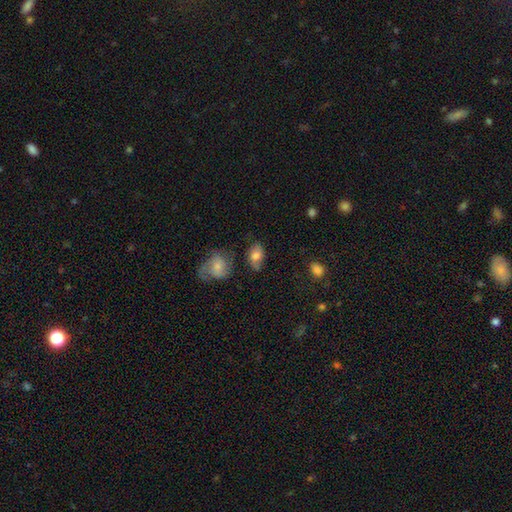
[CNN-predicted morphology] smooth_or_featured: smooth (p=0.66) [alt: featured or disk p=0.25]
how_rounded: in between (p=0.81) [alt: round p=0.17]
merging: none (p=0.57) [alt: minor disturbance p=0.26]